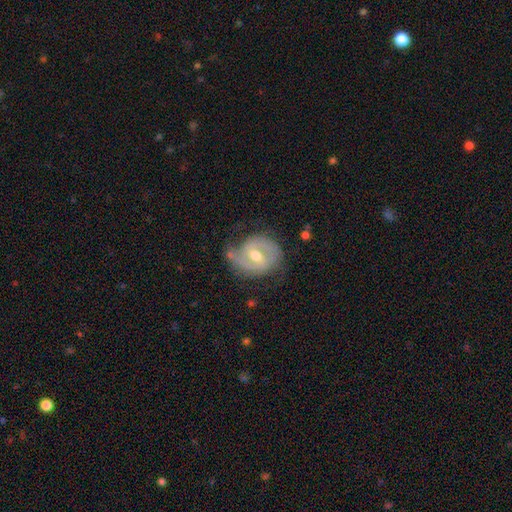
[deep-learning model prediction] A featured or disk galaxy (83%) with a weak bar (56%), 2 (76%) medium (43%, tied with tight) spiral arms (91%) and a moderate central bulge (73%).

Vote fractions:
- Smooth or featured? featured or disk: 83% / smooth: 12% / star or artifact: 5%
- Edge-on disk? no: 97% / yes: 3%
- Bar? weak: 56% / no: 23% / strong: 21%
- Spiral arms? yes: 91% / no: 9%
- Spiral winding? medium: 43% (tied) / tight: 43% (tied) / loose: 14%
- Spiral arm count? 2: 76% / 1: 10% / can't tell: 9% / 3: 3% / 4: 1% / more than 4: 1%
- Bulge size? moderate: 73% / small: 22% / large: 4% / none: 1% / dominant: 1%
- Merging? none: 65% / minor disturbance: 23% / major disturbance: 9% / merger: 2%